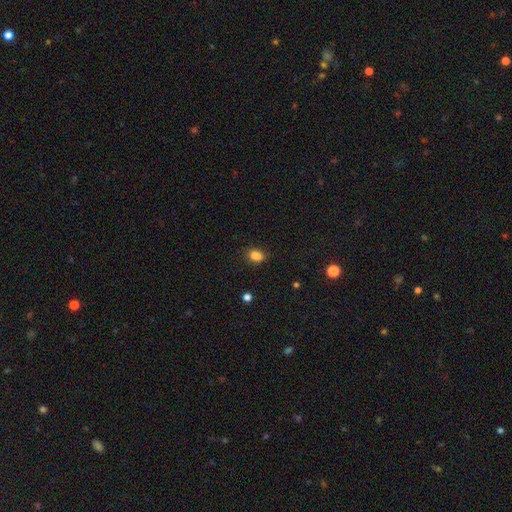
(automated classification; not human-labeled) smooth_or_featured: smooth (p=0.83) [alt: star or artifact p=0.12]
how_rounded: in between (p=0.68) [alt: round p=0.30]
merging: none (p=0.75) [alt: minor disturbance p=0.17]